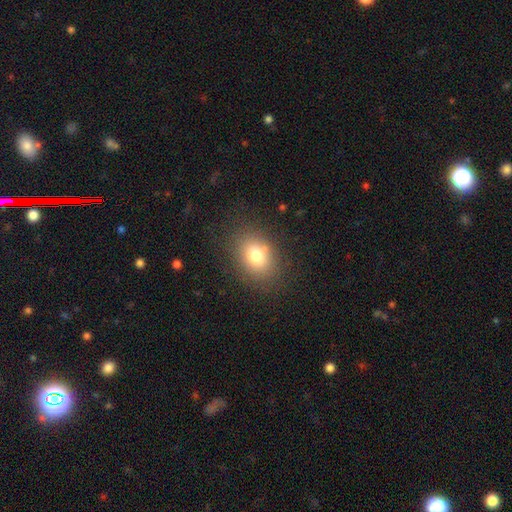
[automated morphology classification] Overall: smooth (76%). How rounded: in between (60%; round 39%). Merging: none (81%).